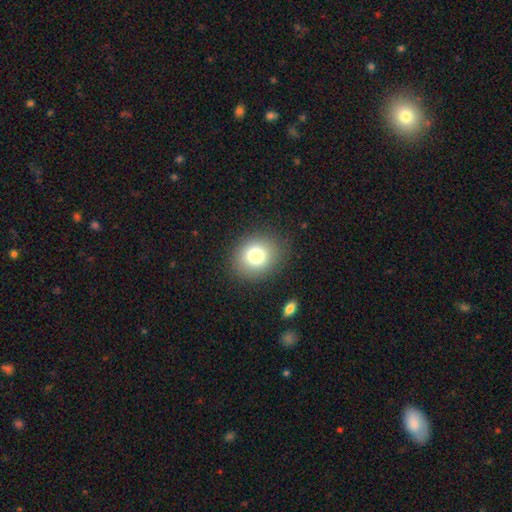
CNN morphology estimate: Q: Smooth or featured?
A: smooth (77%); runner-up: star or artifact (12%)
Q: How rounded?
A: round (70%); runner-up: in between (29%)
Q: Merging?
A: none (86%); runner-up: minor disturbance (9%)